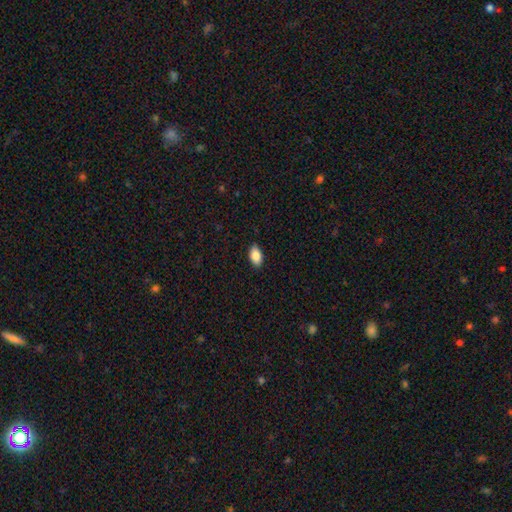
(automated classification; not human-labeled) Smooth or featured? smooth (86%)
How rounded? in between (93%)
Merging? none (88%)